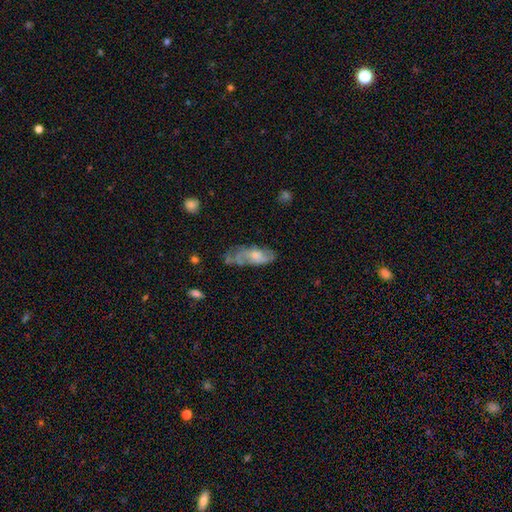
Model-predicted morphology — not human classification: Smooth or featured? Predicted: featured or disk (p=0.47). Merging? Predicted: none (p=0.41).